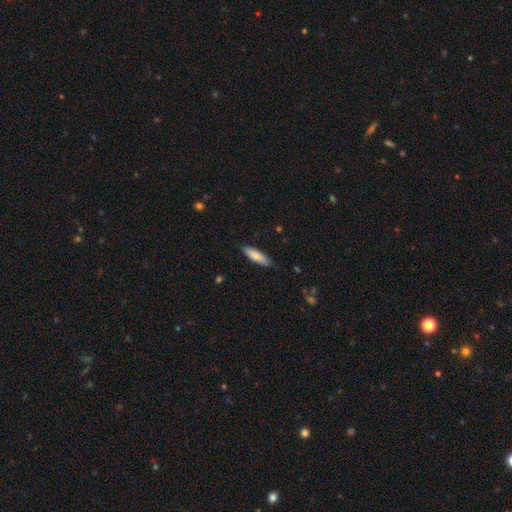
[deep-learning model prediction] Smooth or featured? Predicted: smooth (p=0.83). How rounded? Predicted: cigar-shaped (p=0.58). Merging? Predicted: none (p=0.84).